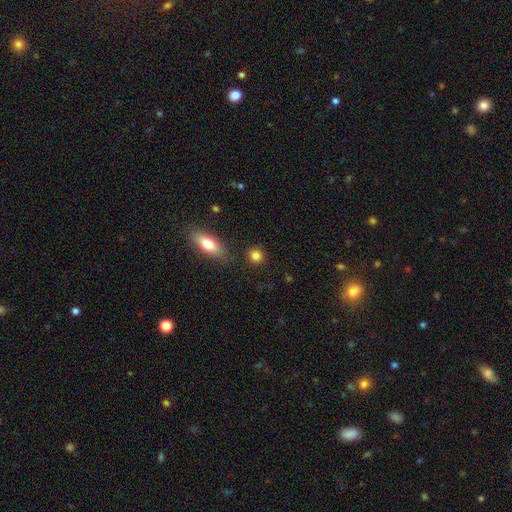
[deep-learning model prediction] Overall: smooth (83%). How rounded: round (88%). Merging: none (85%).